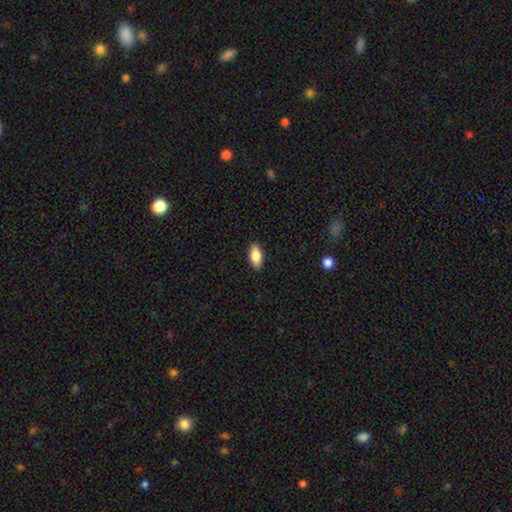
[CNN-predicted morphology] type=smooth (82%); roundness=in between (88%); merging=none (89%).